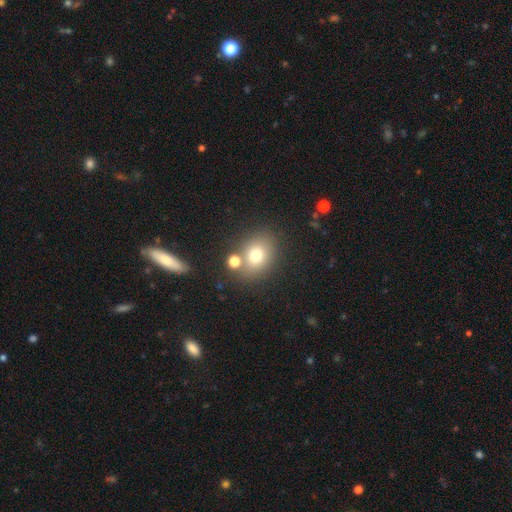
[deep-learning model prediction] smooth-or-featured: smooth: 73% | star or artifact: 15% | featured or disk: 13%
  how-rounded: round: 58% | in between: 41% | cigar-shaped: 1%
  merging: none: 69% | merger: 15% | minor disturbance: 11% | major disturbance: 4%